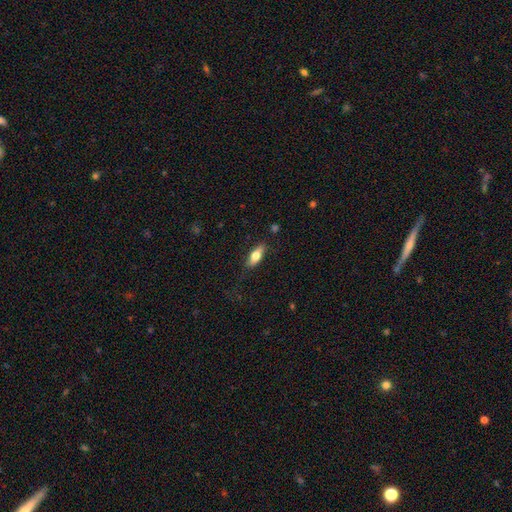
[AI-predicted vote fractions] smooth-or-featured: smooth: 73% | featured or disk: 21% | star or artifact: 7%
  how-rounded: in between: 75% | cigar-shaped: 22% | round: 3%
  merging: none: 79% | minor disturbance: 16% | major disturbance: 4% | merger: 1%